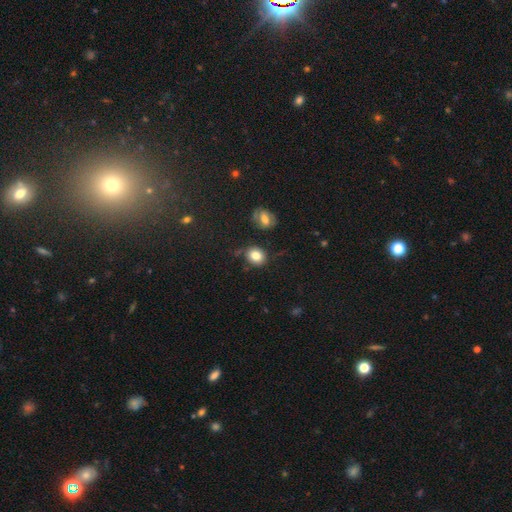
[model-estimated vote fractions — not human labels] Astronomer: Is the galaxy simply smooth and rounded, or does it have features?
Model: smooth — 82%.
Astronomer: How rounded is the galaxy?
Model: round — 63%.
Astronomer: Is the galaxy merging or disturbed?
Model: none — 78%.